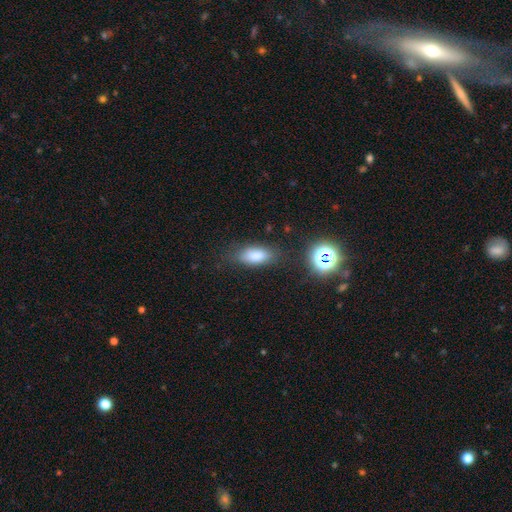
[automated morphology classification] A smooth galaxy with no disk features (81%) that is in between round and cigar-shaped (84%). Merging: none (75%).